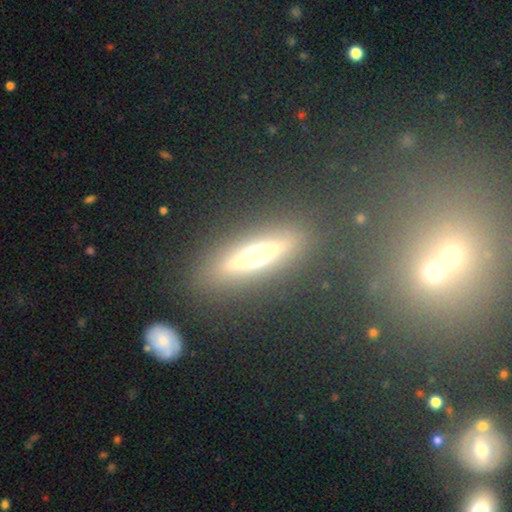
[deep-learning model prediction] Smooth or featured?
  - featured or disk: 67% *
  - smooth: 23%
  - star or artifact: 10%
Edge-on disk?
  - yes: 91% *
  - no: 9%
Edge-on bulge?
  - rounded: 91% *
  - boxy: 6%
  - none: 3%
Merging?
  - none: 83% *
  - minor disturbance: 9%
  - major disturbance: 6%
  - merger: 2%